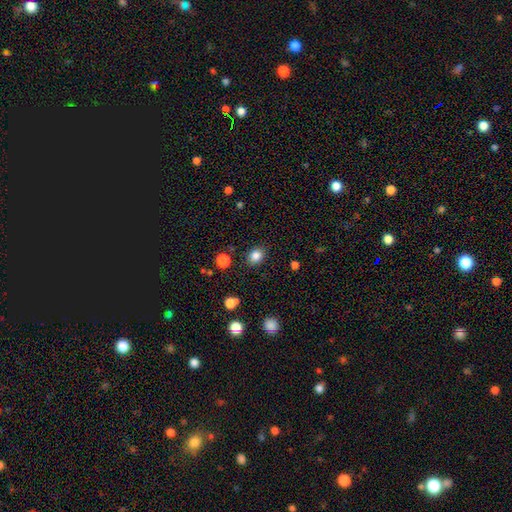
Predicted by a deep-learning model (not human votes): The model was most divided on "how rounded": round: 53%, in between: 46%, cigar-shaped: 1%. More confident: merging — none (86%); smooth or featured — smooth (84%).